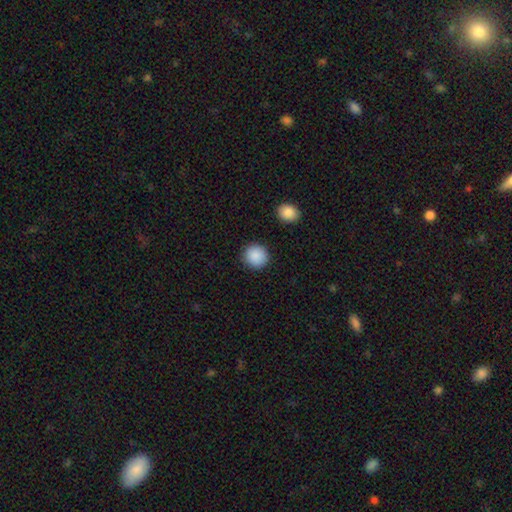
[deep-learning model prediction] A smooth galaxy with no disk features (90%) that is round (93%). Merging: none (90%).